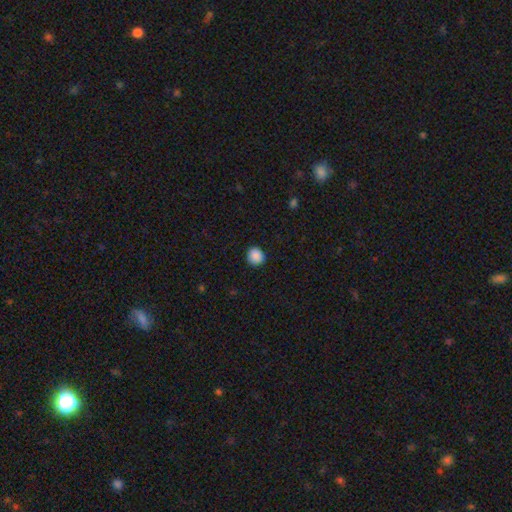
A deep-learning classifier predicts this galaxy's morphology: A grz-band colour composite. It shows a smooth galaxy with no disk features (89%) that is round (86%). Merging: none (90%).